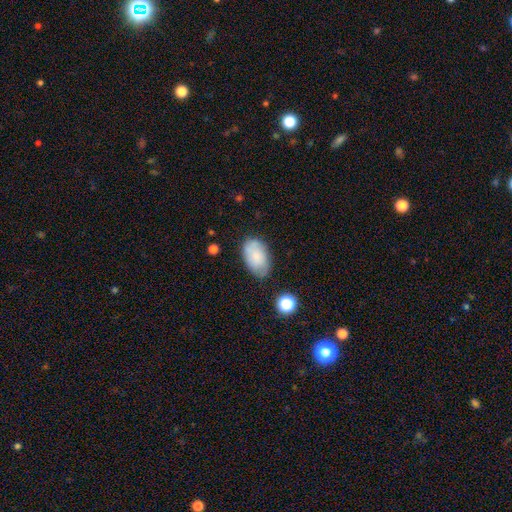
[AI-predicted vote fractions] Overall: smooth (73%). How rounded: in between (92%). Merging: none (71%).